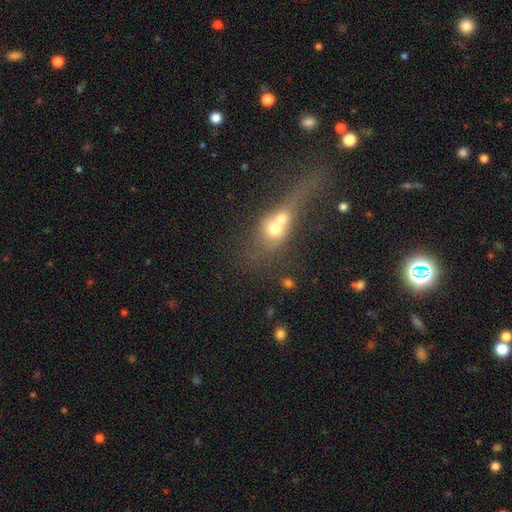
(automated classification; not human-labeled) Overall: smooth (47%; featured or disk 29%). Merging: merger (55%; none 22%).